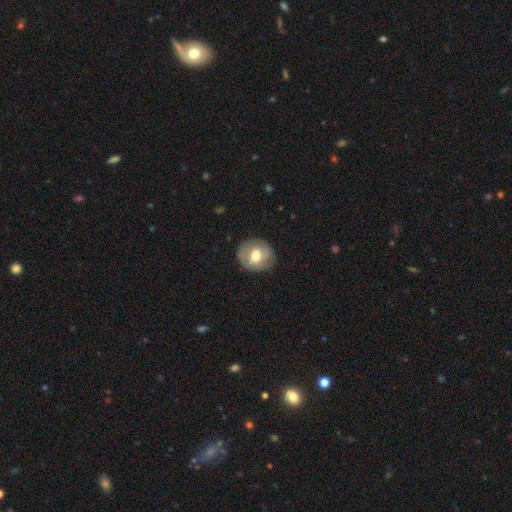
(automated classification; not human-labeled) This appears to be a smooth galaxy with no disk features (58%) that is round (75%). Merging: none (80%).